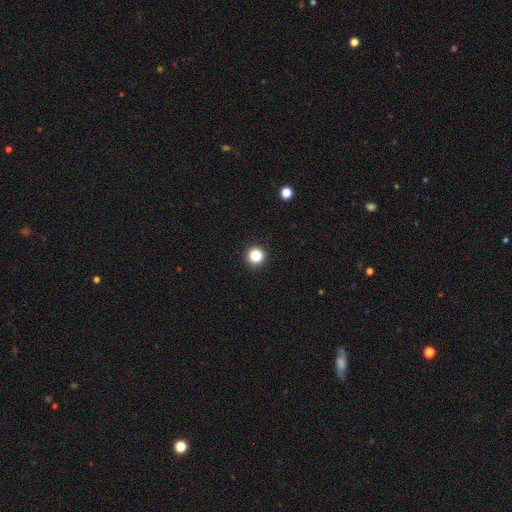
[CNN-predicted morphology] Overall: smooth (86%). How rounded: round (95%). Merging: none (92%).